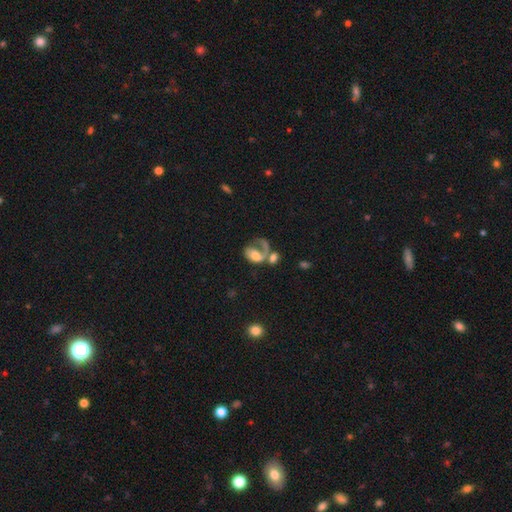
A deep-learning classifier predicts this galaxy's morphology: Smooth or featured?
  - featured or disk: 53% *
  - smooth: 38%
  - star or artifact: 9%
Edge-on disk?
  - no: 97% *
  - yes: 3%
Bar?
  - no: 71% *
  - weak: 22%
  - strong: 7%
Spiral arms?
  - yes: 64% *
  - no: 36%
Bulge size?
  - moderate: 44% *
  - large: 22%
  - small: 20%
  - none: 11%
  - dominant: 4%
Merging?
  - merger: 37% *
  - major disturbance: 32%
  - none: 20%
  - minor disturbance: 10%